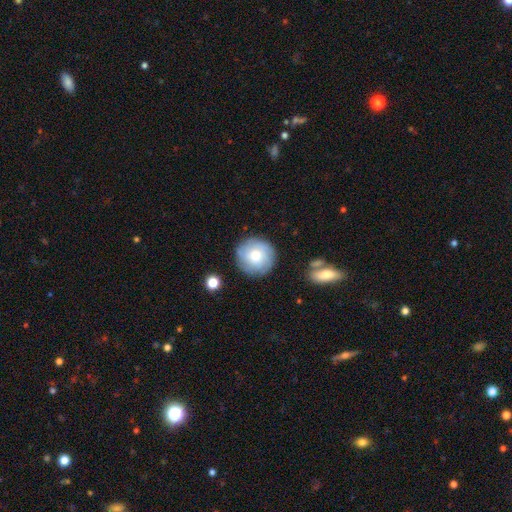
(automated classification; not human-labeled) smooth 50%, featured or disk 41%, star or artifact 8%. Down the decision tree: how rounded — round (94%); merging — none (84%).